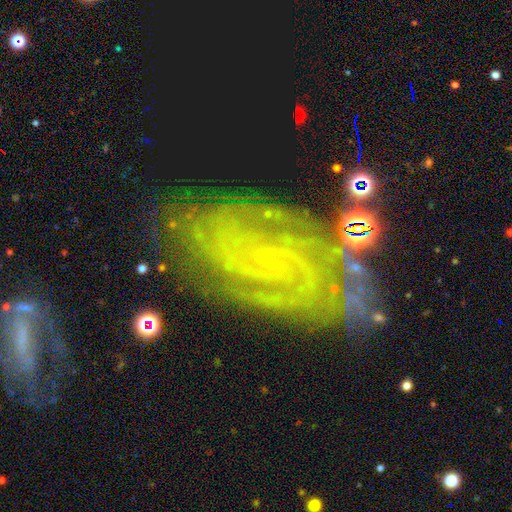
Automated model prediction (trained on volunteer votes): Smooth or featured?
  - featured or disk: 88% *
  - star or artifact: 7%
  - smooth: 5%
Edge-on disk?
  - no: 97% *
  - yes: 3%
Bar?
  - no: 51% *
  - weak: 37%
  - strong: 12%
Spiral arms?
  - yes: 98% *
  - no: 2%
Spiral winding?
  - tight: 71% *
  - medium: 25%
  - loose: 4%
Spiral arm count?
  - 2: 42% *
  - can't tell: 17%
  - 3: 16%
  - 4: 10%
  - more than 4: 8%
  - 1: 7%
Bulge size?
  - small: 78% *
  - none: 15%
  - moderate: 5%
  - large: 1%
  - dominant: 1%
Merging?
  - none: 71% *
  - minor disturbance: 19%
  - major disturbance: 7%
  - merger: 4%